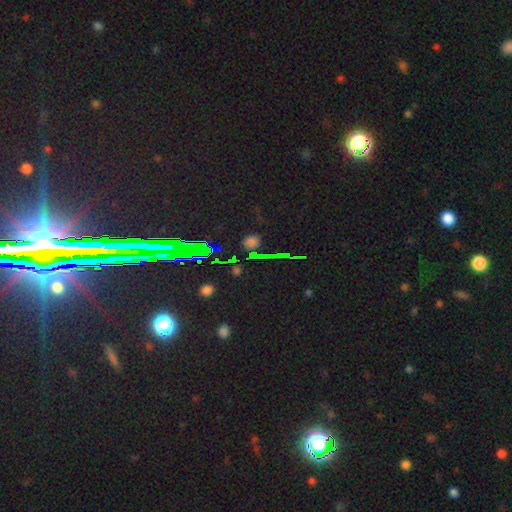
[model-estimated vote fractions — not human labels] smooth_or_featured: star or artifact (p=0.57) [alt: smooth p=0.32]